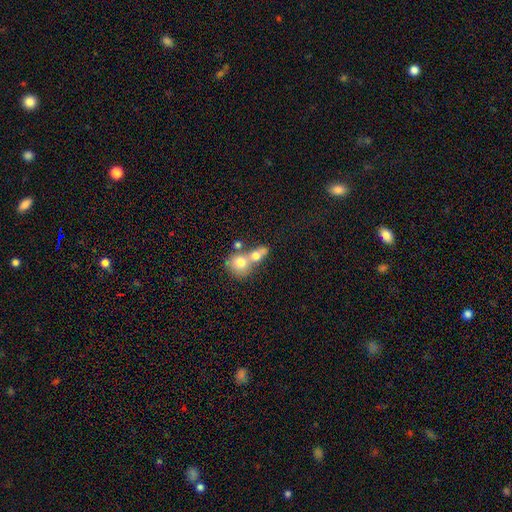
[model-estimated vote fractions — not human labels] Overall: smooth (69%). How rounded: round (57%; in between 40%). Merging: merger (69%).